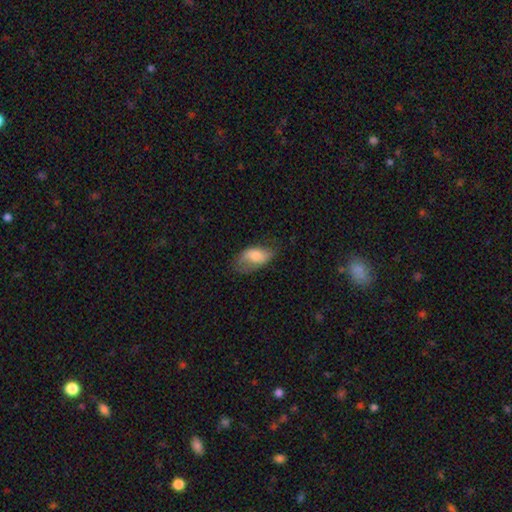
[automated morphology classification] type=smooth (71%); roundness=in between (92%); merging=none (53%).